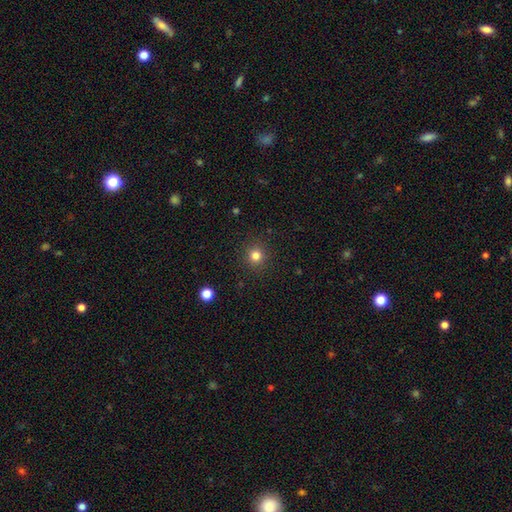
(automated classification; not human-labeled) Q: Smooth or featured?
A: smooth (80%); runner-up: star or artifact (14%)
Q: How rounded?
A: round (92%); runner-up: in between (7%)
Q: Merging?
A: none (90%); runner-up: minor disturbance (6%)